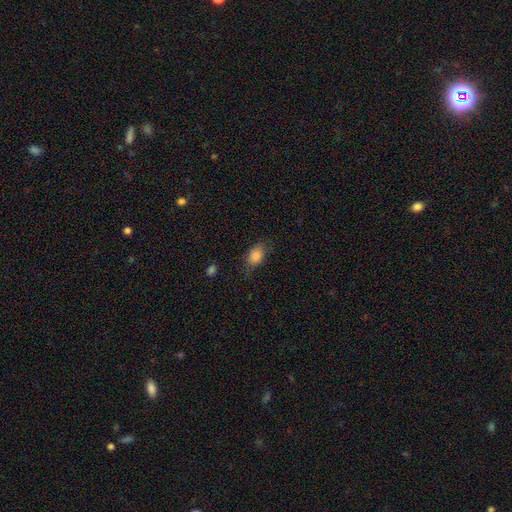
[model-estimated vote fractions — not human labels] A smooth galaxy with no disk features (85%) that is in between round and cigar-shaped (79%). Merging: none (69%).